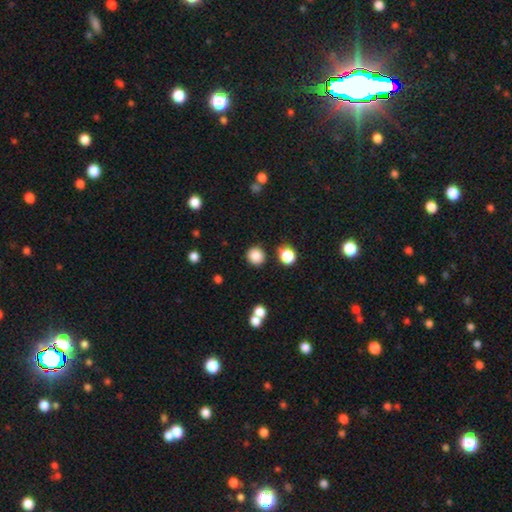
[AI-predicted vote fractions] A smooth galaxy with no disk features (84%) that is round (92%). Merging: none (87%).